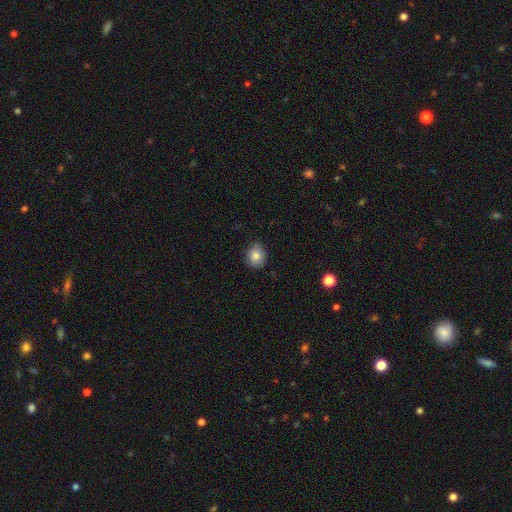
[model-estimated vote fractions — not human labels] smooth_or_featured: smooth (p=0.84) [alt: star or artifact p=0.09]
how_rounded: round (p=0.71) [alt: in between p=0.28]
merging: none (p=0.84) [alt: minor disturbance p=0.13]